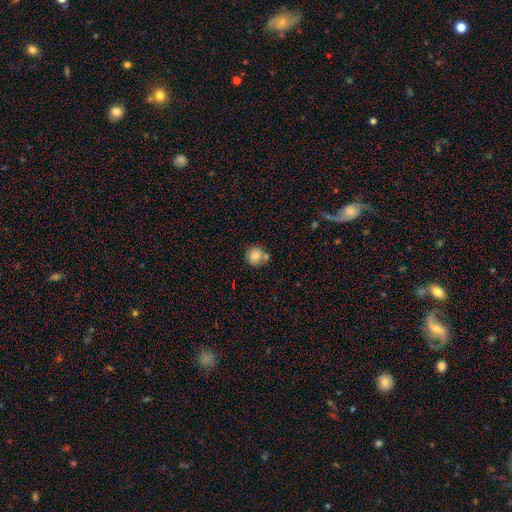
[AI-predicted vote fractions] This is clearly a smooth galaxy (81%). How rounded: clearly round (91%). Merging: likely none (66%).